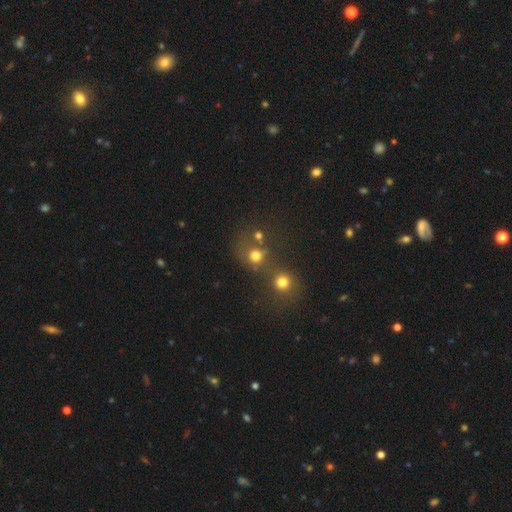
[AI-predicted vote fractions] Smooth or featured? smooth (72%)
How rounded? round (82%)
Merging? none (48%)